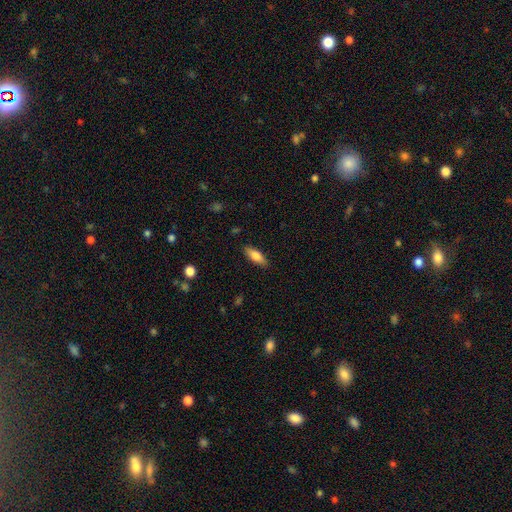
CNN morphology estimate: This is likely a smooth galaxy (79%). How rounded: likely in between (66%). Merging: clearly none (86%).